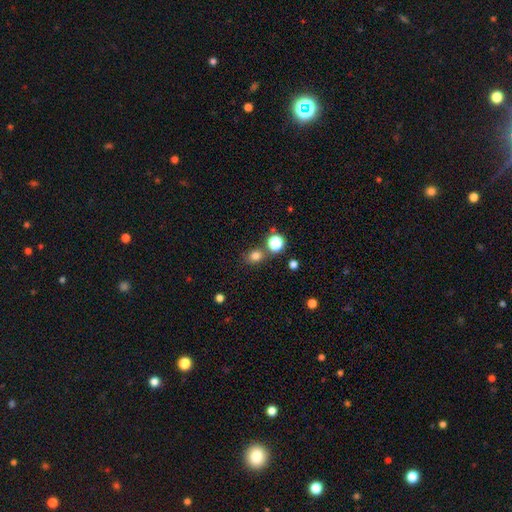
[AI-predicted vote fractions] smooth 77%, star or artifact 17%, featured or disk 6%. Down the decision tree: how rounded — round (68%); merging — none (73%).